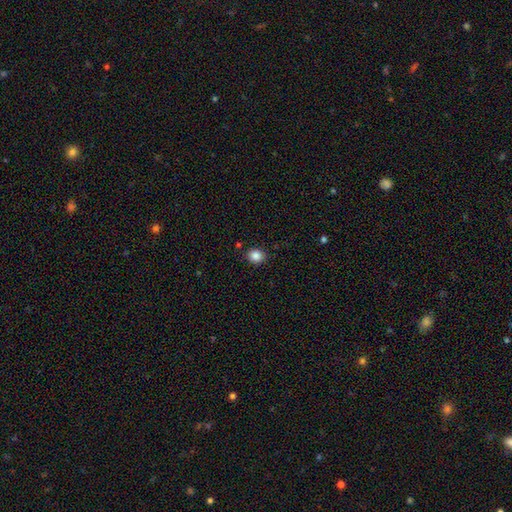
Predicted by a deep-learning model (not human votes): Morphology: type=smooth (85%); roundness=round (71%); merging=none (89%).